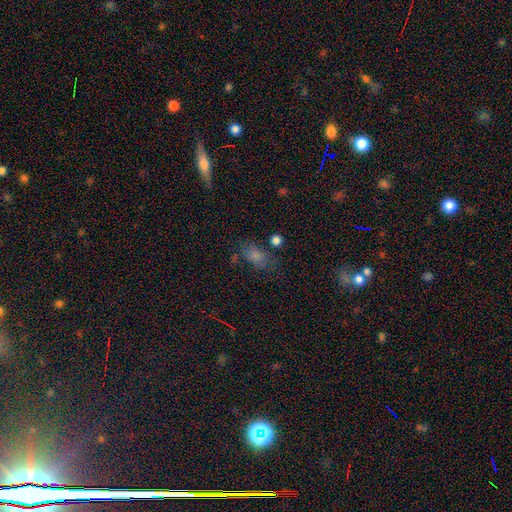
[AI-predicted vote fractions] Smooth or featured? Predicted: smooth (p=0.73). How rounded? Predicted: in between (p=0.82). Merging? Predicted: none (p=0.60).